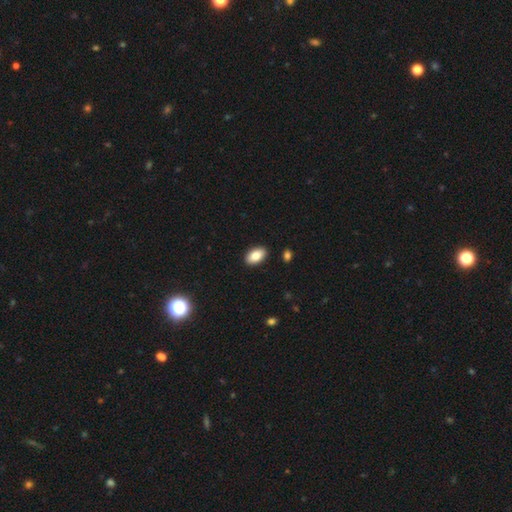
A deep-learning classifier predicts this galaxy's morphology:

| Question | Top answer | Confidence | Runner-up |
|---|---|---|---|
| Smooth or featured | smooth | 84% | featured or disk (9%) |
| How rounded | in between | 94% | round (4%) |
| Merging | none | 90% | minor disturbance (7%) |